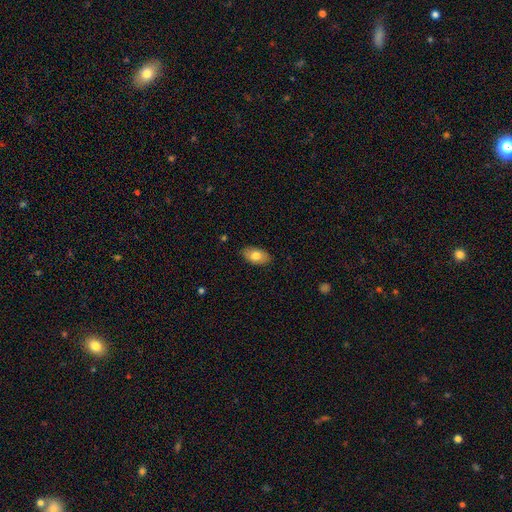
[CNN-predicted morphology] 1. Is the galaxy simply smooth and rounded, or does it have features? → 78% smooth, 16% featured or disk, 7% star or artifact.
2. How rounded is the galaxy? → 92% in between, 6% round, 2% cigar-shaped.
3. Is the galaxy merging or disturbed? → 87% none, 10% minor disturbance, 2% major disturbance, 1% merger.